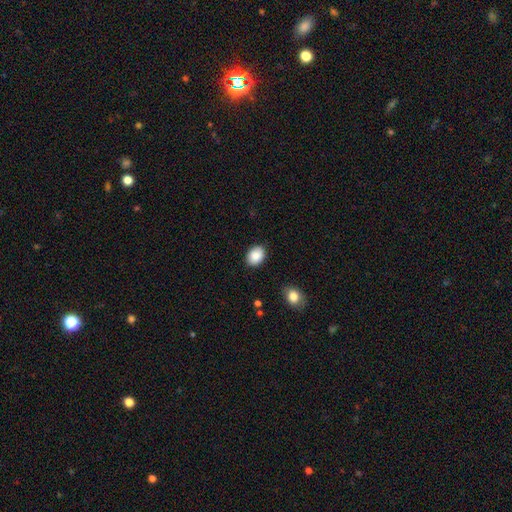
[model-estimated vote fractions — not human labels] Morphology: type=smooth (89%); roundness=in between (70%); merging=none (87%).